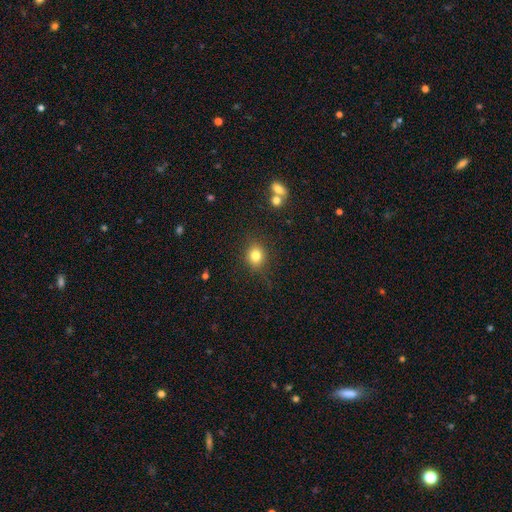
Smooth or featured? smooth (85%)
How rounded? round (76%)
Merging? none (75%)